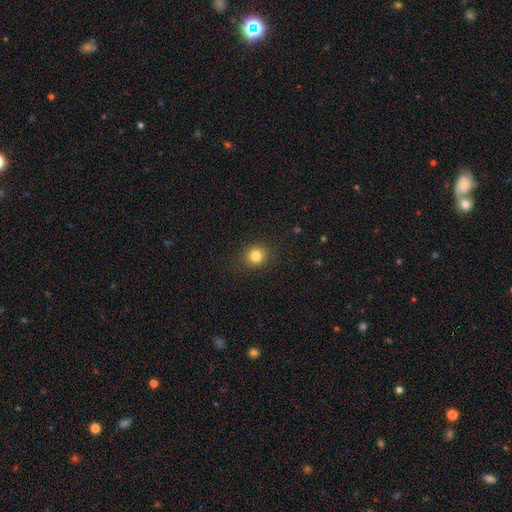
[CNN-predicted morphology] A smooth galaxy with no disk features (81%) that is round (86%).

Vote fractions:
- Smooth or featured? smooth: 81% / star or artifact: 12% / featured or disk: 6%
- How rounded? round: 86% / in between: 13% / cigar-shaped: 1%
- Merging? none: 89% / minor disturbance: 7% / major disturbance: 3% / merger: 1%